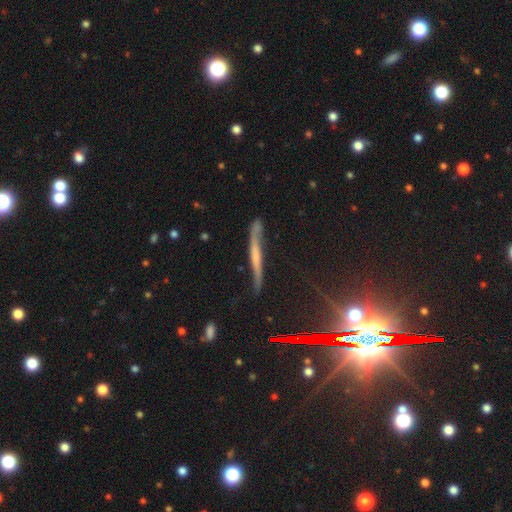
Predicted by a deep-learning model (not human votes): smooth-or-featured: featured or disk: 60% | smooth: 27% | star or artifact: 13%
  disk-edge-on: yes: 82% | no: 18%
  merging: none: 63% | minor disturbance: 25% | major disturbance: 7% | merger: 4%